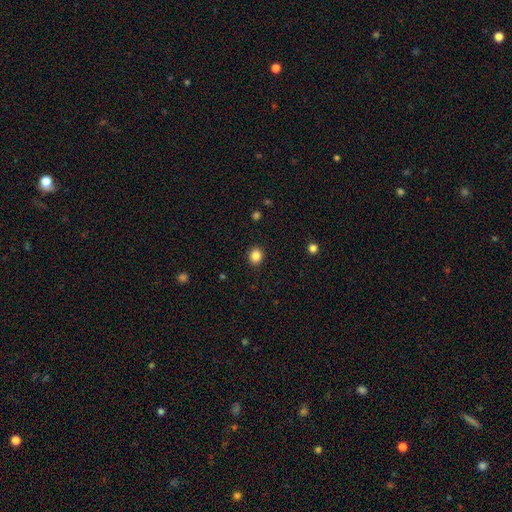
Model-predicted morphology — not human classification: Smooth or featured?
  - smooth: 85% *
  - star or artifact: 11%
  - featured or disk: 4%
How rounded?
  - round: 76% *
  - in between: 23%
  - cigar-shaped: 1%
Merging?
  - none: 91% *
  - minor disturbance: 6%
  - major disturbance: 2%
  - merger: 1%